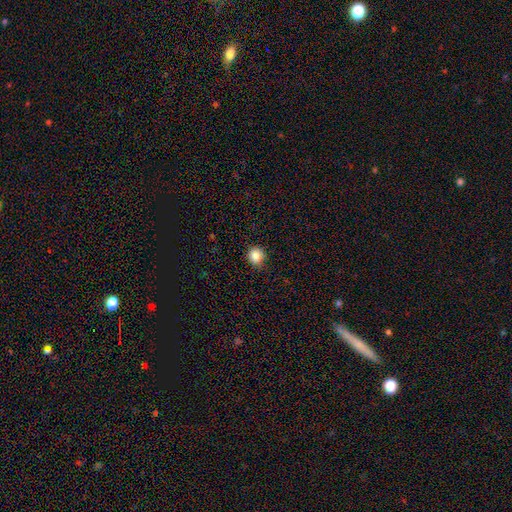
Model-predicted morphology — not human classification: This is clearly a smooth galaxy (87%). How rounded: clearly round (89%). Merging: clearly none (88%).